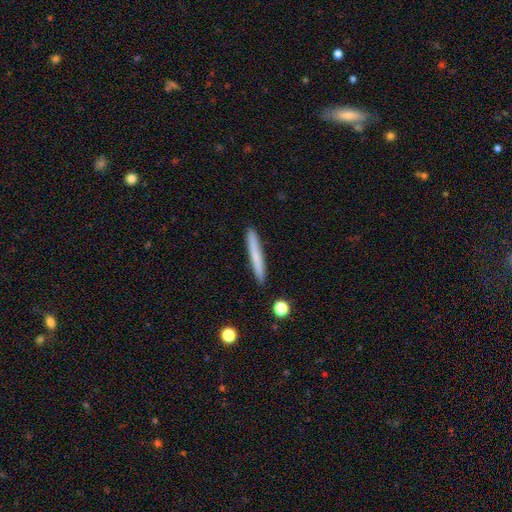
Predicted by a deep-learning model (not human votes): A smooth galaxy with no disk features (69%) that is cigar-shaped (96%). Merging: none (91%).